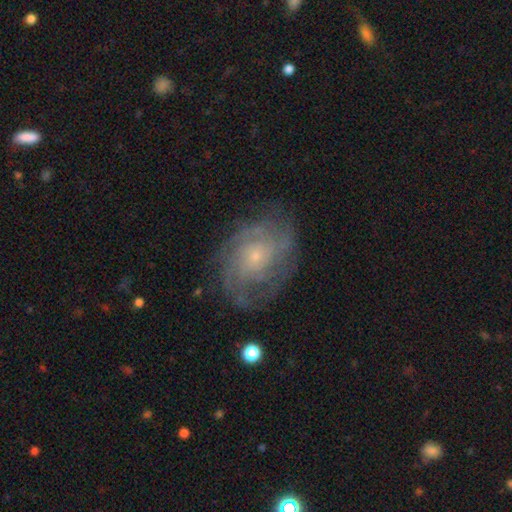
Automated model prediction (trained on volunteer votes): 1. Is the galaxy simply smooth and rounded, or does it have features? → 78% featured or disk, 14% smooth, 8% star or artifact.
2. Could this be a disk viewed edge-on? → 97% no, 3% yes.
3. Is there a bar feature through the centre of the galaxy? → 79% no, 19% weak, 3% strong.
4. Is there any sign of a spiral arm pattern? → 91% yes, 9% no.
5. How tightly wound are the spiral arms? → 58% tight, 32% medium, 10% loose.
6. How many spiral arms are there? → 42% can't tell, 16% 4, 15% 3, 13% 2, 8% more than 4, 6% 1.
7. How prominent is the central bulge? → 77% small, 17% moderate, 3% none, 2% large, 1% dominant.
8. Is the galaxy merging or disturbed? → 72% none, 18% minor disturbance, 9% major disturbance, 1% merger.